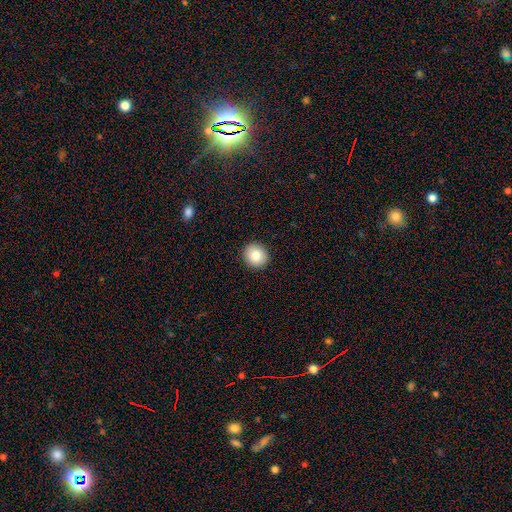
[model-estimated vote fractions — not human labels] Smooth or featured: smooth — 84% (star or artifact — 9%)
How rounded: round — 87% (in between — 12%)
Merging: none — 92% (minor disturbance — 5%)